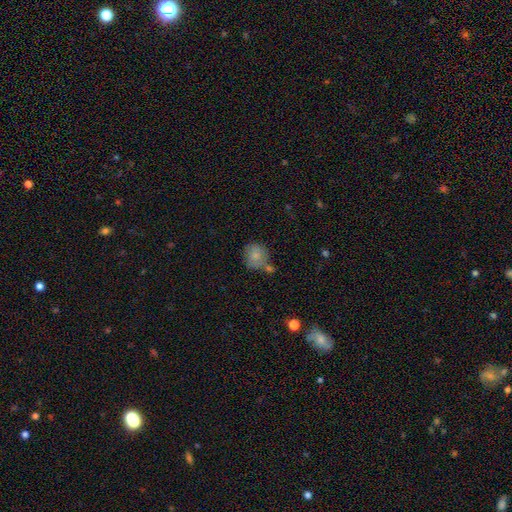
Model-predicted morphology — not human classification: type=smooth (80%); roundness=round (80%); merging=none (55%).